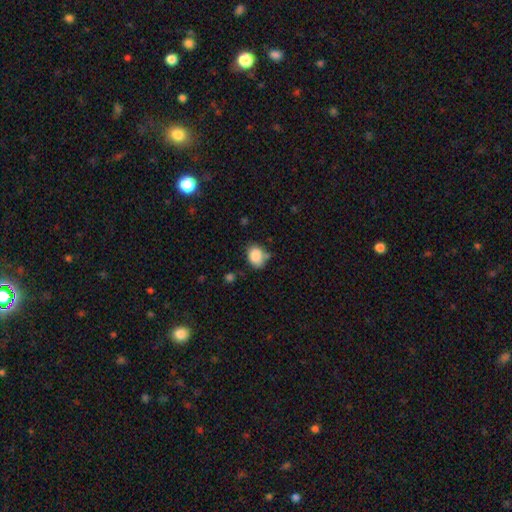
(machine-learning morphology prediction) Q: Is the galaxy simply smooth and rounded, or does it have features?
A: smooth — 86%.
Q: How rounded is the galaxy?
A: in between — 62%.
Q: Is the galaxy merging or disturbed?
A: none — 64%.